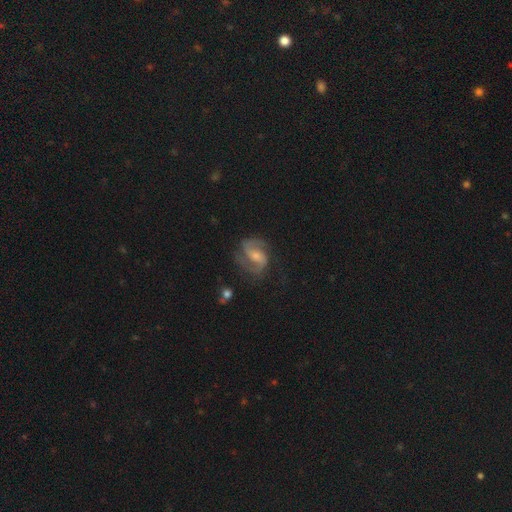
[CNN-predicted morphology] smooth_or_featured: featured or disk (p=0.85) [alt: smooth p=0.09]
disk_edge_on: no (p=0.98) [alt: yes p=0.02]
bar: weak (p=0.47) [alt: no p=0.31]
has_spiral_arms: yes (p=0.96) [alt: no p=0.04]
spiral_winding: medium (p=0.56) [alt: tight p=0.23]
spiral_arm_count: 2 (p=0.86) [alt: can't tell p=0.05]
bulge_size: small (p=0.44) [alt: moderate p=0.41]
merging: none (p=0.67) [alt: minor disturbance p=0.19]